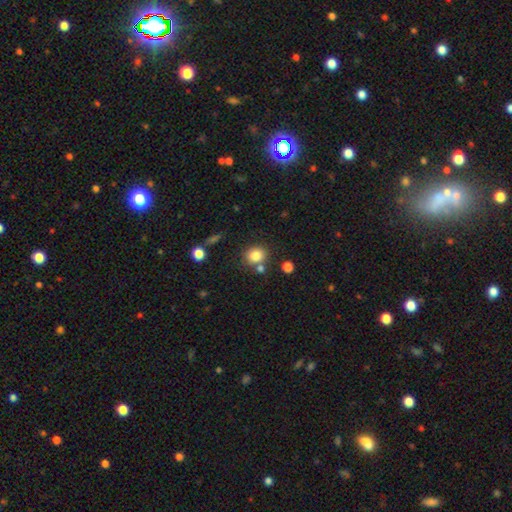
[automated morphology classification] Smooth or featured?
  - smooth: 82% *
  - star or artifact: 11%
  - featured or disk: 7%
How rounded?
  - round: 76% *
  - in between: 23%
  - cigar-shaped: 1%
Merging?
  - none: 74% *
  - merger: 12%
  - minor disturbance: 11%
  - major disturbance: 4%